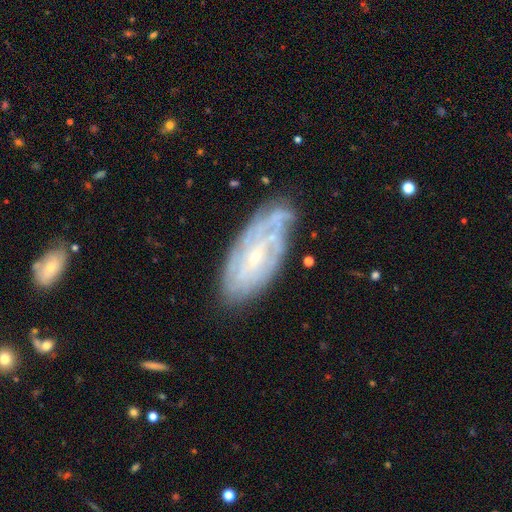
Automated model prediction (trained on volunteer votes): This is likely a featured or disk galaxy (77%). It is clearly not viewed edge-on (89%). Bar: possibly no (48%). Spiral arm pattern: clearly yes (87%). Spiral arm count: possibly can't tell (52%). Spiral winding: likely tight (69%). Central bulge: likely small (78%). Merging: likely none (72%).